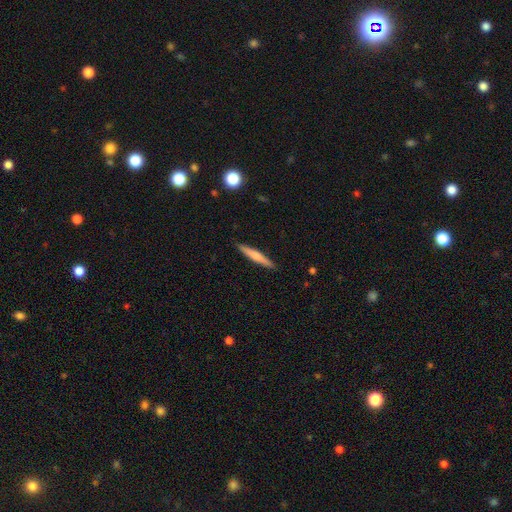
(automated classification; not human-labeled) A smooth galaxy with no disk features (55%) that is cigar-shaped (93%). Merging: none (90%).